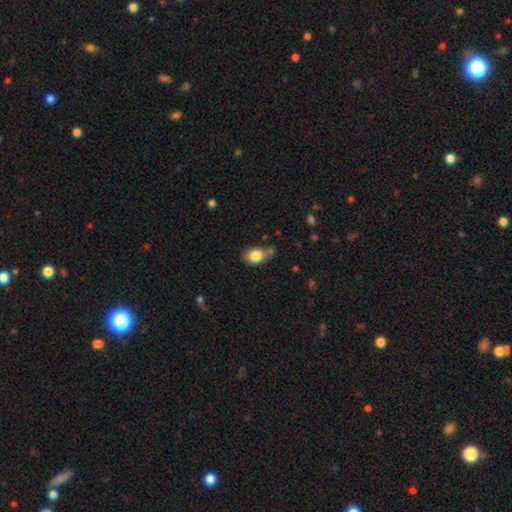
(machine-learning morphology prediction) This is clearly a smooth galaxy (83%). How rounded: likely in between (75%). Merging: likely none (62%).